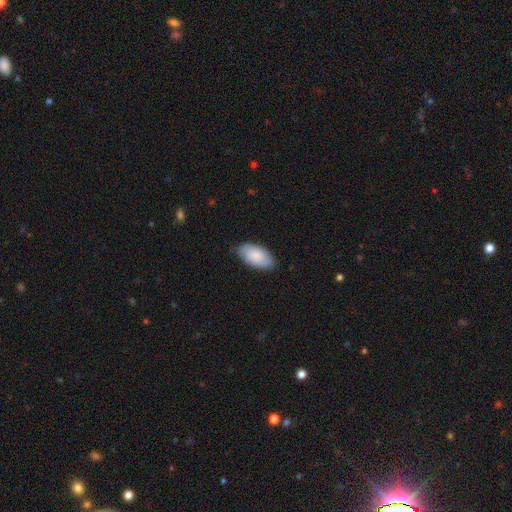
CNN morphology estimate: smooth 85%, featured or disk 9%, star or artifact 6%. Down the decision tree: how rounded — in between (95%); merging — none (82%).